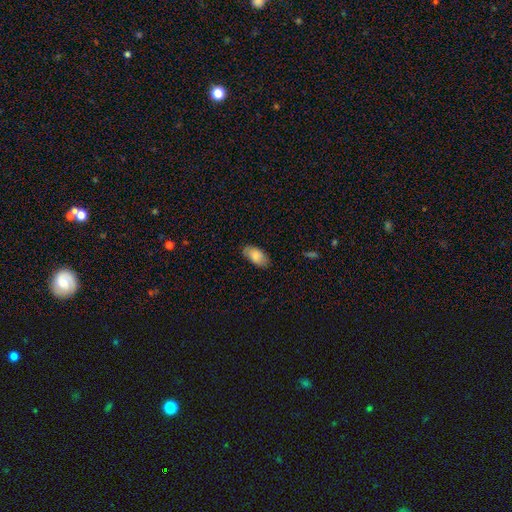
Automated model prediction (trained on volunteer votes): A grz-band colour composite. It shows a smooth galaxy with no disk features (83%) that is in between round and cigar-shaped (93%). Merging: none (80%).